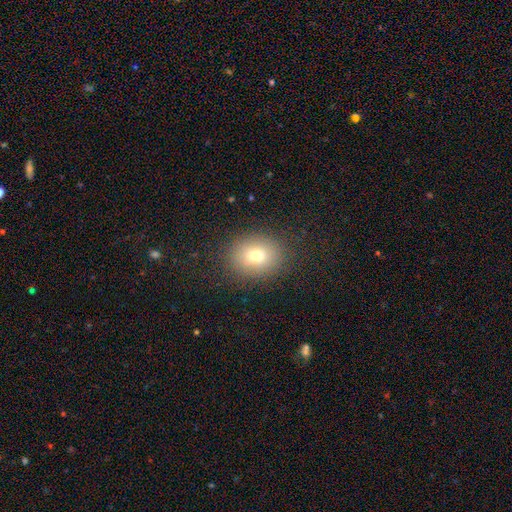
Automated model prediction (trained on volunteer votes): Smooth or featured?
  - smooth: 74% *
  - star or artifact: 14%
  - featured or disk: 12%
How rounded?
  - round: 56% *
  - in between: 43%
  - cigar-shaped: 1%
Merging?
  - none: 87% *
  - minor disturbance: 8%
  - major disturbance: 4%
  - merger: 1%